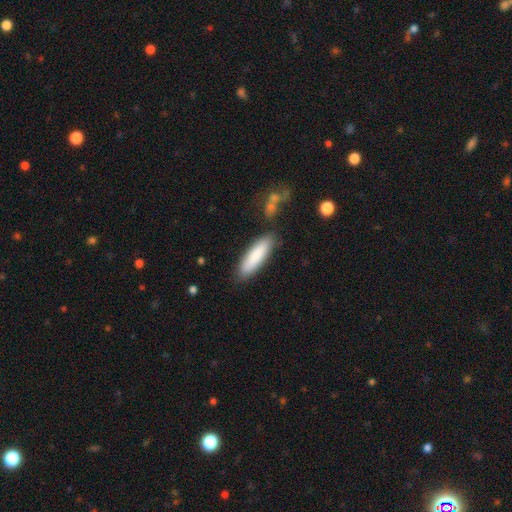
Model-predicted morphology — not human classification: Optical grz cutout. It shows a smooth galaxy with no disk features (84%) that is cigar-shaped (64%). Merging: none (85%).